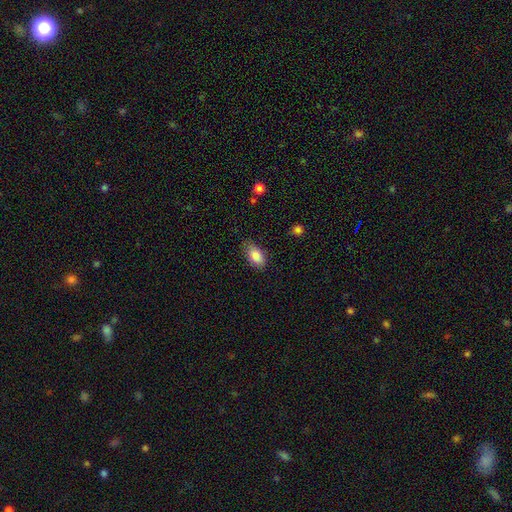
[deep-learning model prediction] A smooth galaxy with no disk features (87%) that is in between round and cigar-shaped (92%).

Vote fractions:
- Smooth or featured? smooth: 87% / star or artifact: 7% / featured or disk: 6%
- How rounded? in between: 92% / round: 5% / cigar-shaped: 3%
- Merging? none: 75% / minor disturbance: 20% / major disturbance: 4% / merger: 1%